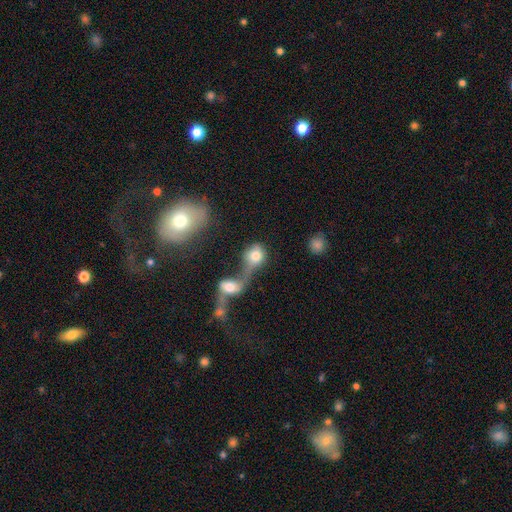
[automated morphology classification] Smooth or featured?
  - smooth: 69% *
  - featured or disk: 21%
  - star or artifact: 9%
How rounded?
  - round: 60% *
  - in between: 37%
  - cigar-shaped: 2%
Merging?
  - merger: 72% *
  - none: 13%
  - major disturbance: 10%
  - minor disturbance: 6%